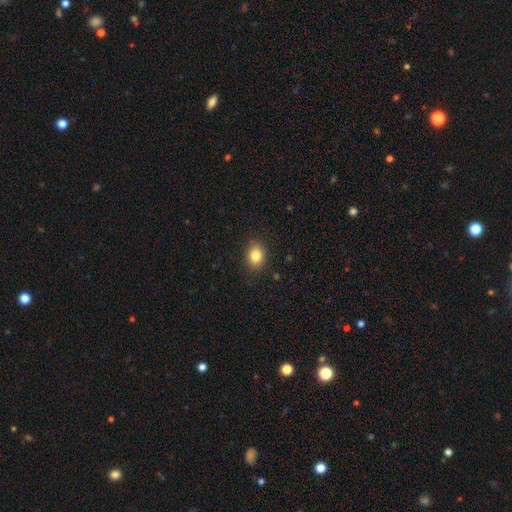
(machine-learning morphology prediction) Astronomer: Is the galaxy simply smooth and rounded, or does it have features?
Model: smooth — 83%.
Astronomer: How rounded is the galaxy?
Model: in between — 53% (runner-up: round, 46%).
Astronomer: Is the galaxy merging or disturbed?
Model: none — 87%.